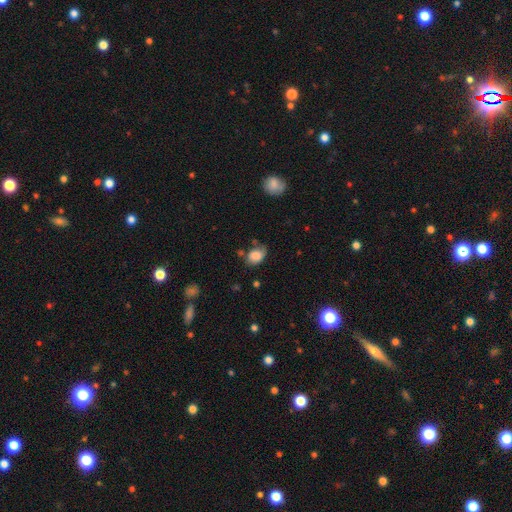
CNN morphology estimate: Q: Smooth or featured?
A: smooth (81%); runner-up: featured or disk (10%)
Q: How rounded?
A: in between (75%); runner-up: round (24%)
Q: Merging?
A: none (53%); runner-up: minor disturbance (33%)